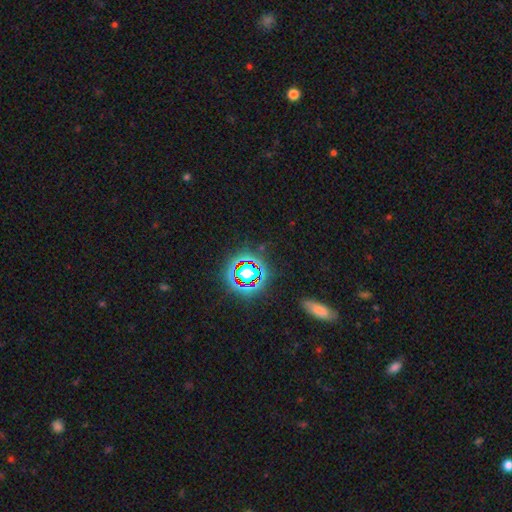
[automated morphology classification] Q: Smooth or featured?
A: star or artifact (72%); runner-up: smooth (18%)